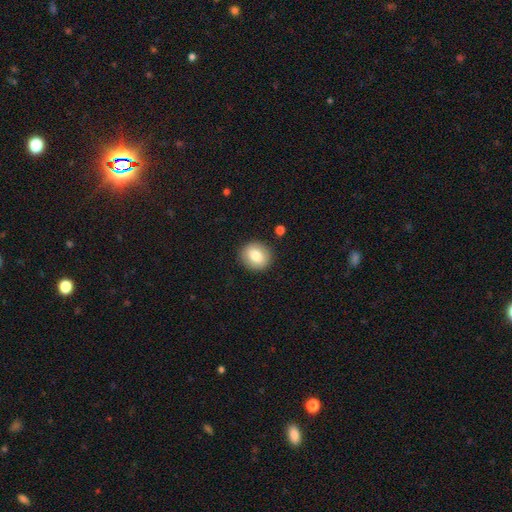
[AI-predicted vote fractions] A smooth galaxy with no disk features (78%) that is round (79%).

Vote fractions:
- Smooth or featured? smooth: 78% / featured or disk: 13% / star or artifact: 8%
- How rounded? round: 79% / in between: 20% / cigar-shaped: 1%
- Merging? none: 89% / minor disturbance: 7% / major disturbance: 2% / merger: 1%